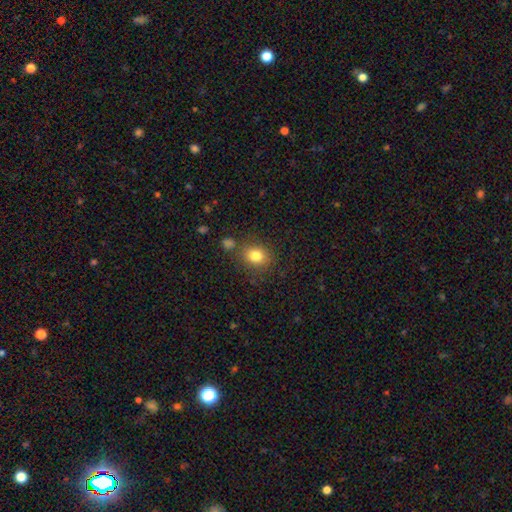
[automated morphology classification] smooth_or_featured: smooth (p=0.81) [alt: star or artifact p=0.12]
how_rounded: round (p=0.68) [alt: in between p=0.31]
merging: none (p=0.78) [alt: minor disturbance p=0.12]